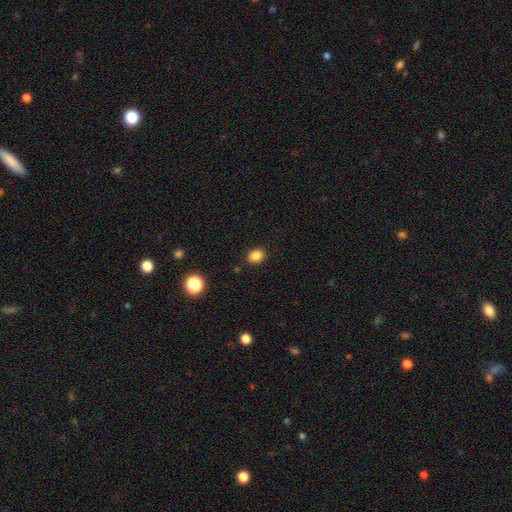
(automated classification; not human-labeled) smooth_or_featured: smooth (p=0.85) [alt: star or artifact p=0.11]
how_rounded: in between (p=0.51) [alt: round p=0.48]
merging: none (p=0.88) [alt: minor disturbance p=0.08]